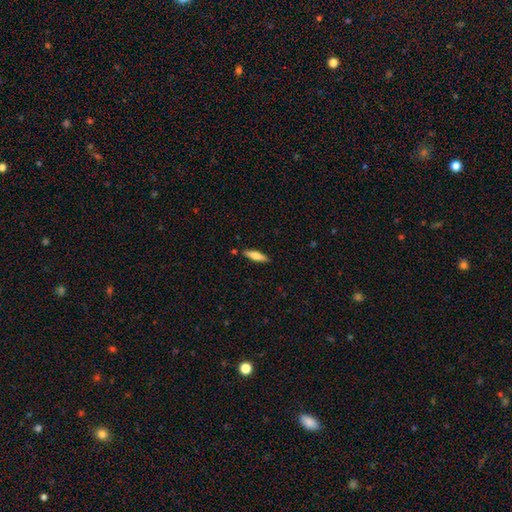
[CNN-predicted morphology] Overall: smooth (66%; featured or disk 28%). How rounded: cigar-shaped (68%; in between 30%). Merging: none (86%).